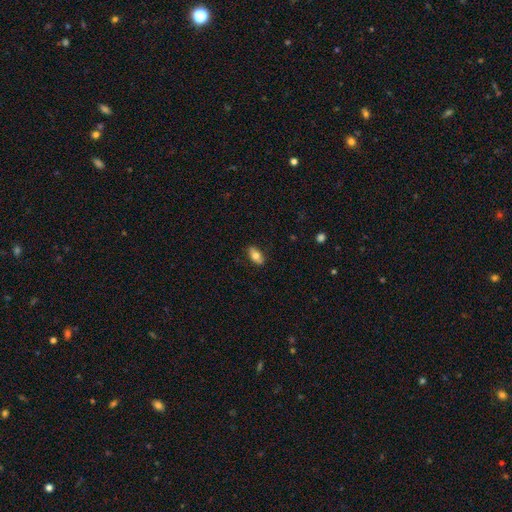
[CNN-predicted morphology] A smooth galaxy with no disk features (75%) that is in between round and cigar-shaped (89%).

Vote fractions:
- Smooth or featured? smooth: 75% / featured or disk: 18% / star or artifact: 7%
- How rounded? in between: 89% / cigar-shaped: 7% / round: 4%
- Merging? none: 85% / minor disturbance: 11% / major disturbance: 2% / merger: 1%